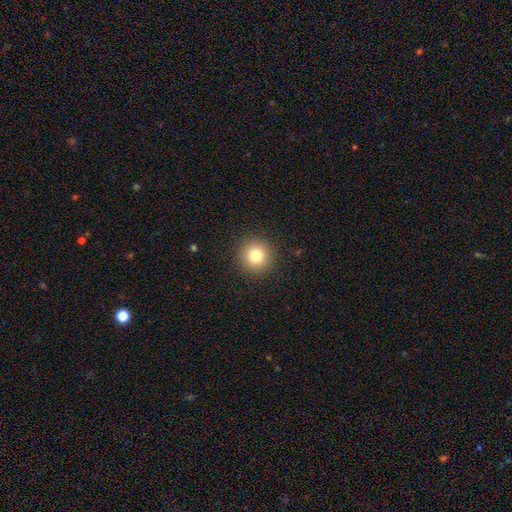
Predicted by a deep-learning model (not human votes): This appears to be a smooth galaxy with no disk features (80%) that is round (95%). Merging: none (92%).